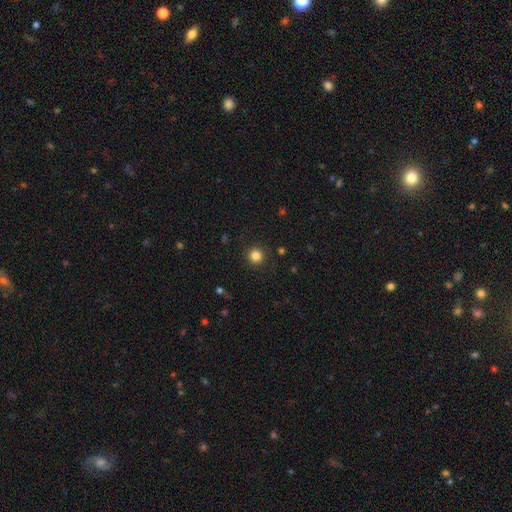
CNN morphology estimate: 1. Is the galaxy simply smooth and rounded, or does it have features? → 83% smooth, 13% star or artifact, 4% featured or disk.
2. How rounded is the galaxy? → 94% round, 5% in between, 1% cigar-shaped.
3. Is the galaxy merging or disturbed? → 91% none, 5% minor disturbance, 2% major disturbance, 1% merger.